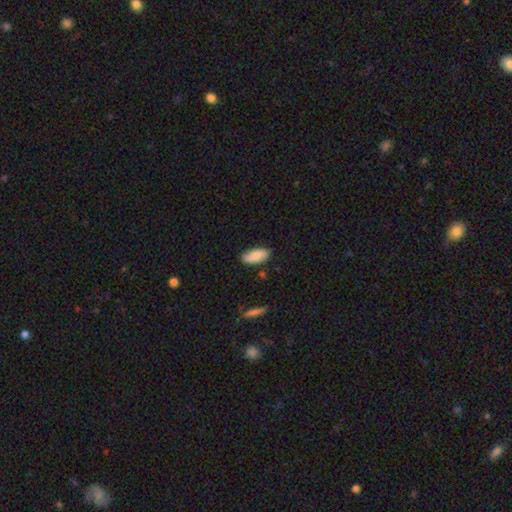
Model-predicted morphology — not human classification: Overall: smooth (79%). How rounded: in between (90%). Merging: none (82%).